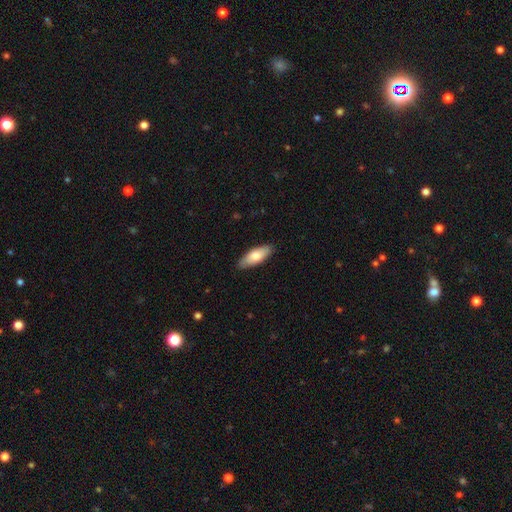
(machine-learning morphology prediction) smooth-or-featured: smooth: 76% | featured or disk: 19% | star or artifact: 5%
  how-rounded: in between: 67% | cigar-shaped: 31% | round: 2%
  merging: none: 88% | minor disturbance: 10% | major disturbance: 2% | merger: 1%